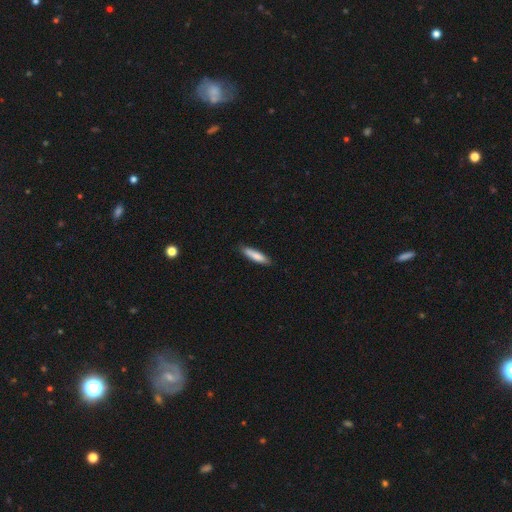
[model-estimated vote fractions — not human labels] Smooth or featured? Predicted: smooth (p=0.83). How rounded? Predicted: cigar-shaped (p=0.79). Merging? Predicted: none (p=0.86).